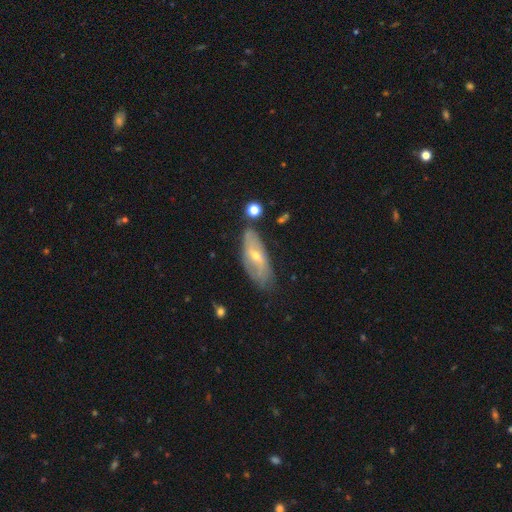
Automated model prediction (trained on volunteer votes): Smooth or featured? featured or disk (61%)
Edge-on disk? no (79%)
Merging? none (69%)